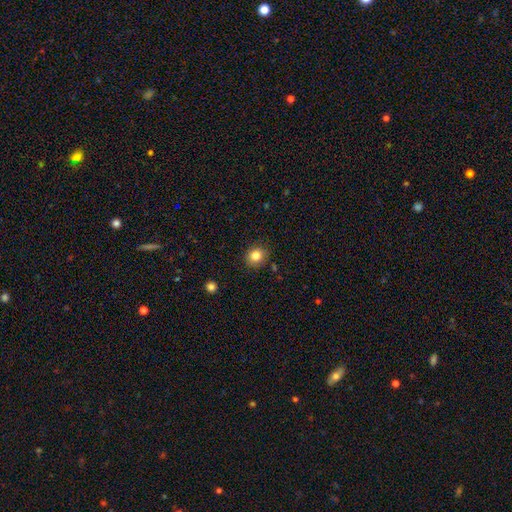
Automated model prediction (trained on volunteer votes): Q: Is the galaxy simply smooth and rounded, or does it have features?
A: smooth — 83%.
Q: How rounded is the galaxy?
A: round — 73%.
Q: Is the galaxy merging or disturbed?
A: none — 87%.